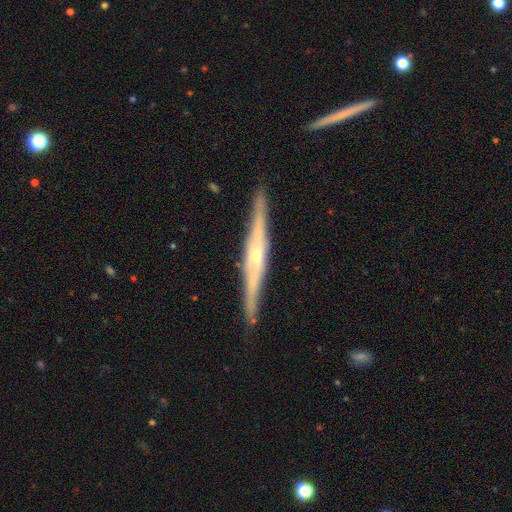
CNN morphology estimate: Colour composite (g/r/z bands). It shows a featured or disk galaxy (83%) viewed edge-on (97%) with a rounded central bulge (68%). Merging: none (89%).